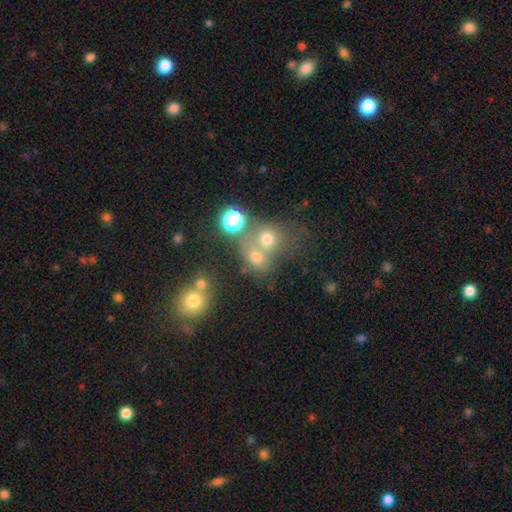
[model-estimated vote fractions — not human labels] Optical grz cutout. It shows a smooth galaxy with no disk features (63%) that is round (65%). Merging: merger (49%).